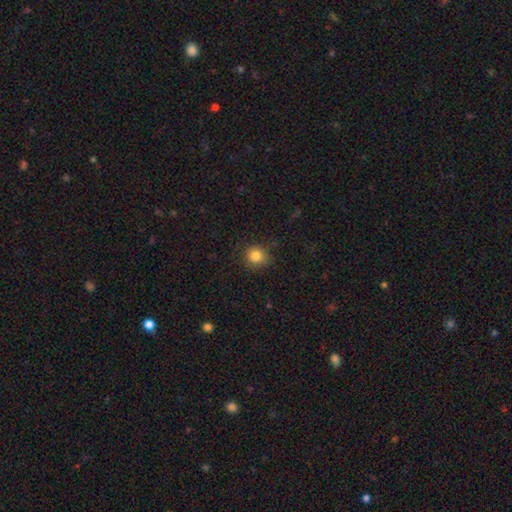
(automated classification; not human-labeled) Smooth or featured? smooth (83%)
How rounded? round (87%)
Merging? none (85%)